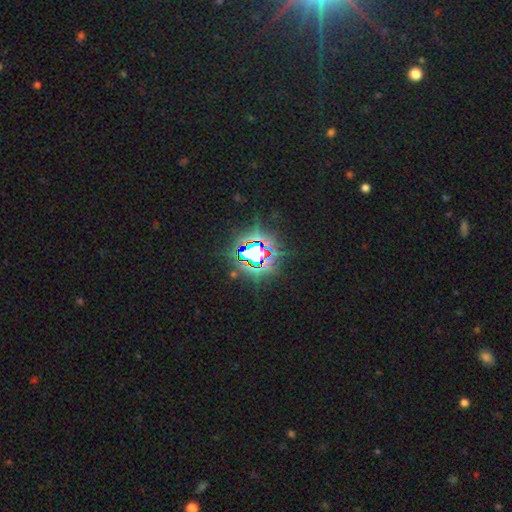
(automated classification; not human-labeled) Smooth or featured? star or artifact (78%)